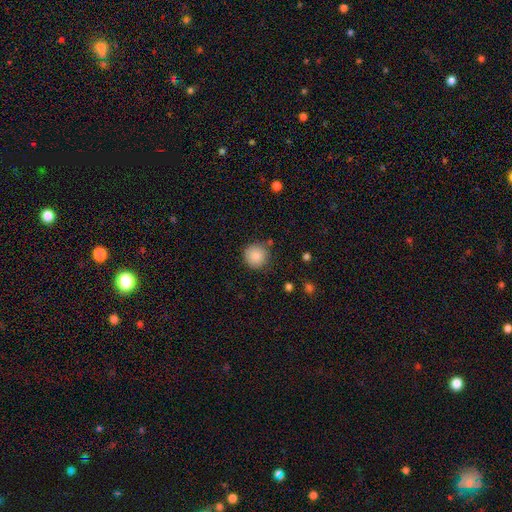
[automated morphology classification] Smooth or featured? Predicted: smooth (p=0.88). How rounded? Predicted: round (p=0.95). Merging? Predicted: none (p=0.84).